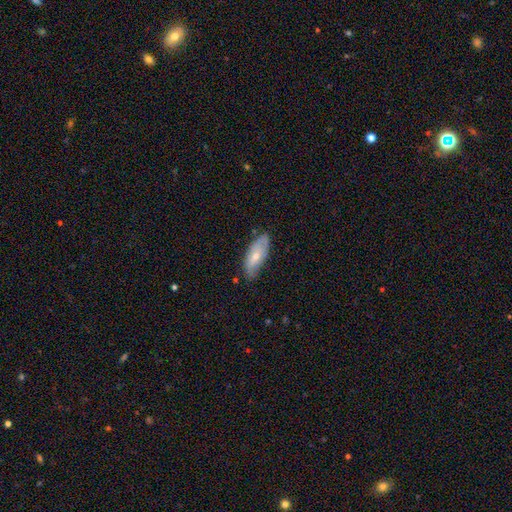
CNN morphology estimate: Smooth or featured?
  - smooth: 56% *
  - featured or disk: 37%
  - star or artifact: 6%
How rounded?
  - in between: 77% *
  - cigar-shaped: 20%
  - round: 2%
Merging?
  - none: 69% *
  - minor disturbance: 25%
  - major disturbance: 5%
  - merger: 2%